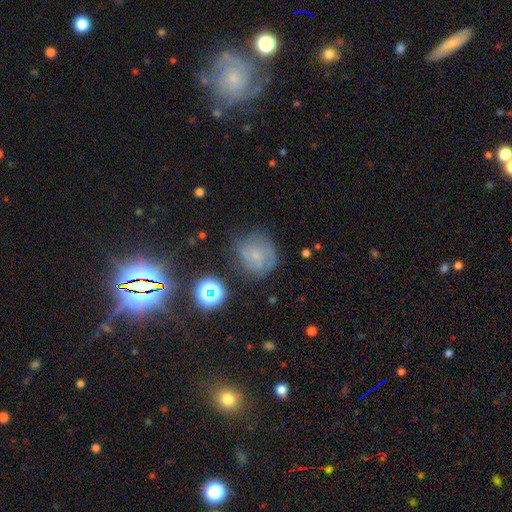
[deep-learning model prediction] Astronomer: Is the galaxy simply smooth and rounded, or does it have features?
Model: smooth — 44% (runner-up: featured or disk, 38%).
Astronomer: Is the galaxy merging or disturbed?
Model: none — 58%.